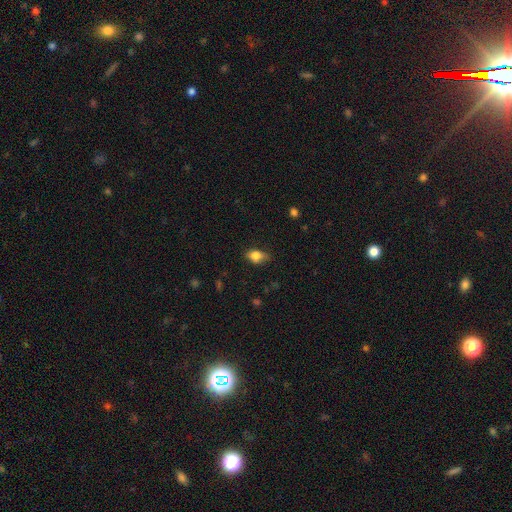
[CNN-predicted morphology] Smooth or featured? Predicted: smooth (p=0.81). How rounded? Predicted: in between (p=0.80). Merging? Predicted: none (p=0.71).